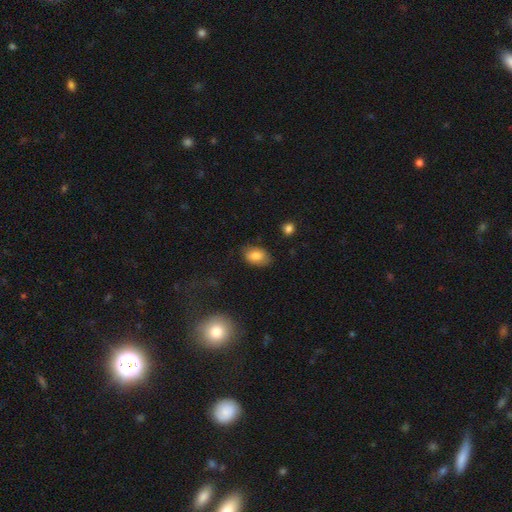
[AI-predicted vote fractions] Overall: smooth (80%). How rounded: in between (89%). Merging: none (74%).